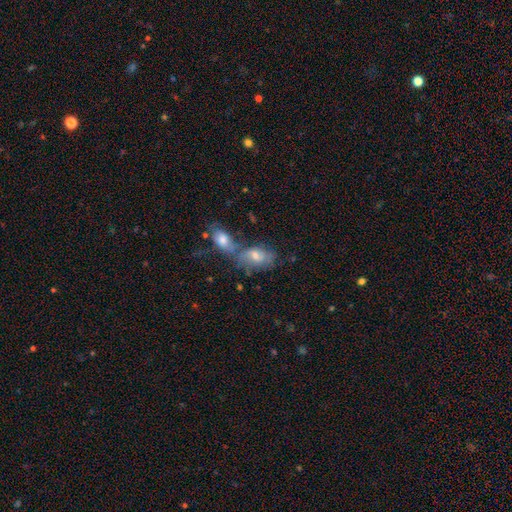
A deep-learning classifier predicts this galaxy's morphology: Smooth or featured?
  - smooth: 60% *
  - featured or disk: 30%
  - star or artifact: 10%
How rounded?
  - in between: 88% *
  - round: 9%
  - cigar-shaped: 3%
Merging?
  - merger: 45% *
  - none: 32%
  - minor disturbance: 15%
  - major disturbance: 8%